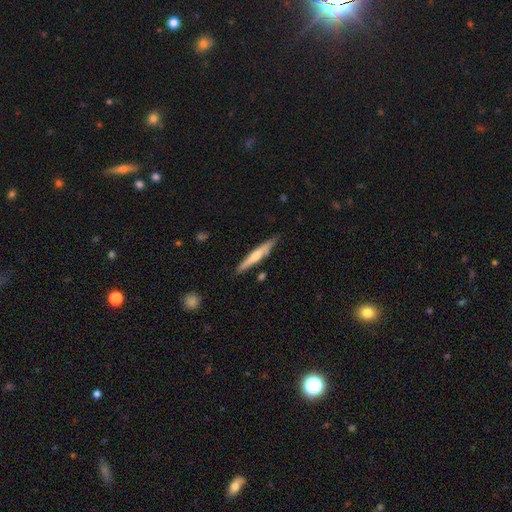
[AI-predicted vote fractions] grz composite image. It shows a smooth galaxy with no disk features (48%). Merging: none (82%).